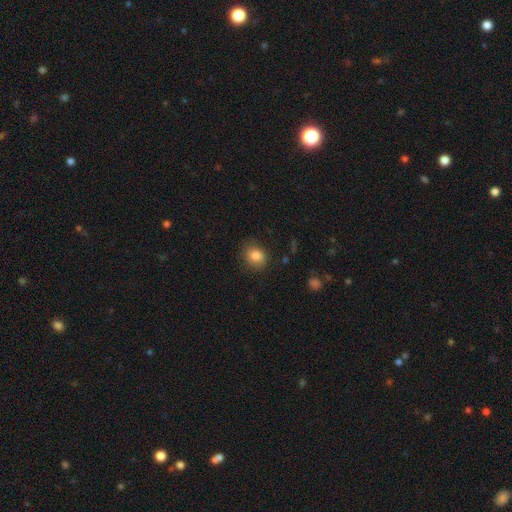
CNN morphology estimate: A smooth galaxy with no disk features (83%) that is round (65%). Merging: none (79%).